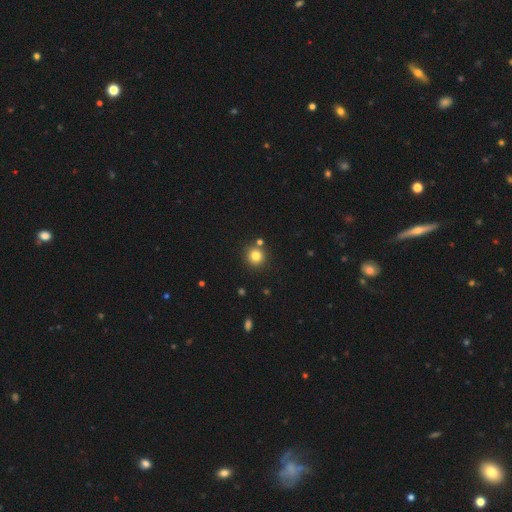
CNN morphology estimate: This is clearly a smooth galaxy (81%). How rounded: clearly round (93%). Merging: clearly none (83%).